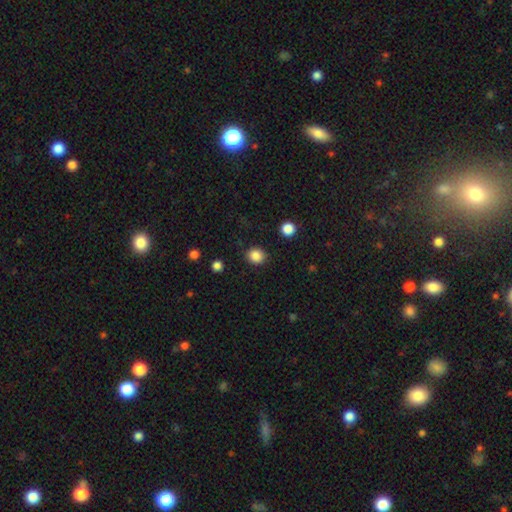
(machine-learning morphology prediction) A smooth galaxy with no disk features (86%) that is round (77%). Merging: none (87%).